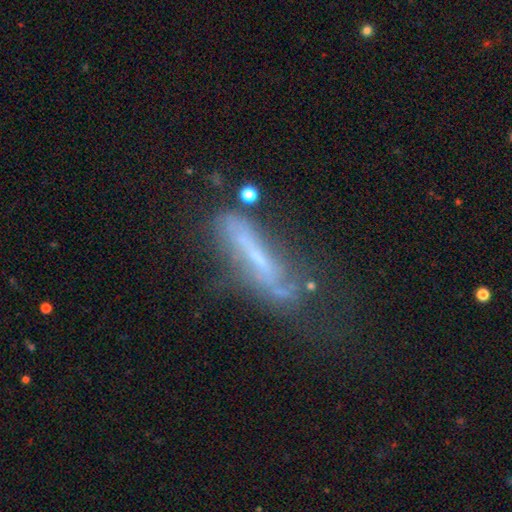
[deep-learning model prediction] Q: Smooth or featured?
A: featured or disk (61%); runner-up: smooth (28%)
Q: Edge-on disk?
A: yes (54%); runner-up: no (46%)
Q: Merging?
A: none (43%); runner-up: minor disturbance (25%)